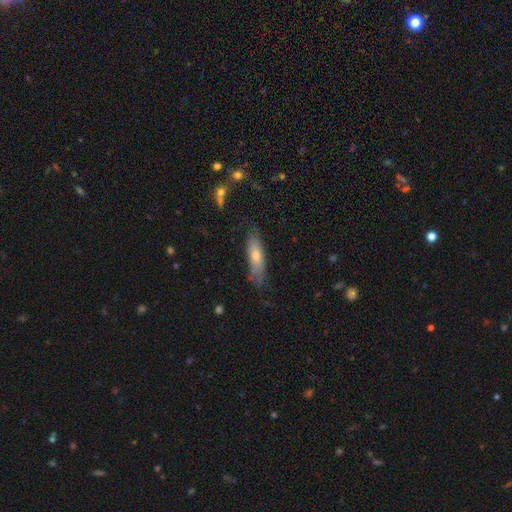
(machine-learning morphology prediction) Q: Smooth or featured?
A: smooth (58%); runner-up: featured or disk (35%)
Q: How rounded?
A: cigar-shaped (64%); runner-up: in between (33%)
Q: Merging?
A: none (72%); runner-up: minor disturbance (22%)